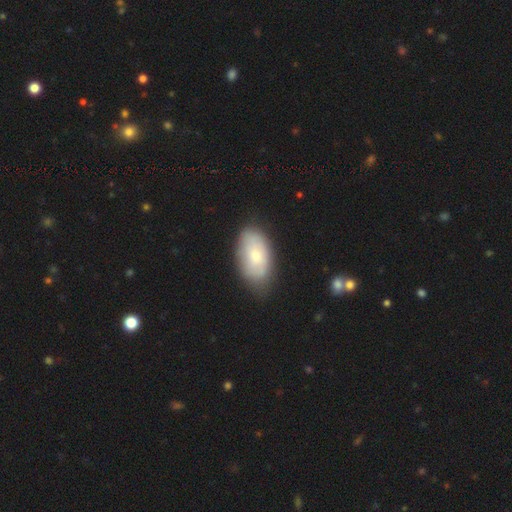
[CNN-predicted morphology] Smooth or featured?
  - smooth: 70% *
  - featured or disk: 23%
  - star or artifact: 6%
How rounded?
  - in between: 94% *
  - round: 4%
  - cigar-shaped: 2%
Merging?
  - none: 71% *
  - minor disturbance: 22%
  - major disturbance: 5%
  - merger: 2%